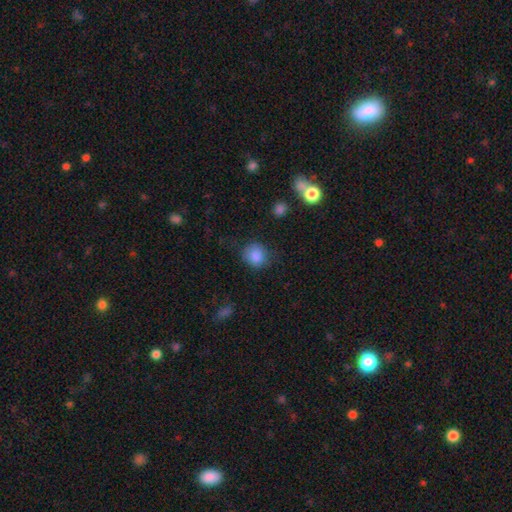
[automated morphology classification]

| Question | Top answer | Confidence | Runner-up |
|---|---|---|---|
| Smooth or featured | smooth | 86% | star or artifact (10%) |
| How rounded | round | 80% | in between (19%) |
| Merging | none | 76% | minor disturbance (17%) |